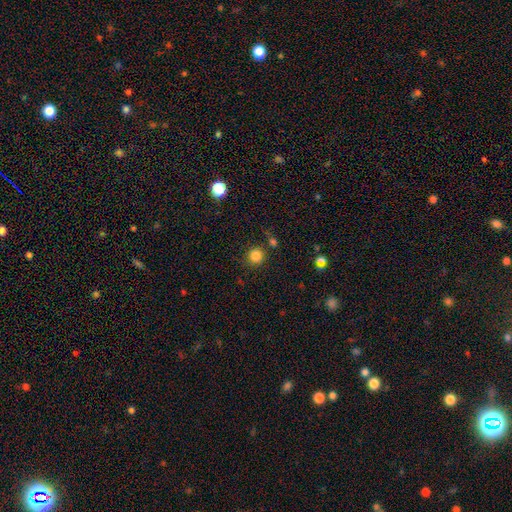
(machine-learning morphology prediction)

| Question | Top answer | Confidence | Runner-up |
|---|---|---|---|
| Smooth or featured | smooth | 84% | star or artifact (13%) |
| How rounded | round | 94% | in between (5%) |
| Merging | none | 83% | minor disturbance (9%) |